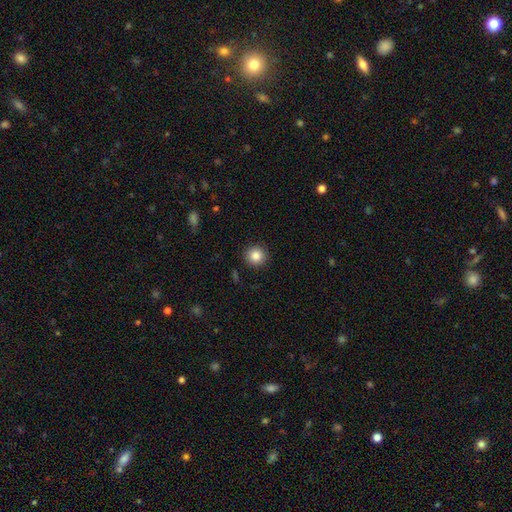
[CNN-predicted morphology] Overall: smooth (85%). How rounded: round (94%). Merging: none (91%).